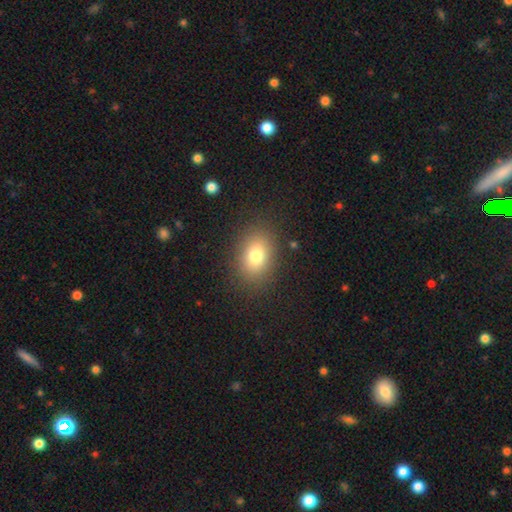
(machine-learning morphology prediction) Smooth or featured?
  - smooth: 78% *
  - star or artifact: 12%
  - featured or disk: 11%
How rounded?
  - in between: 66% *
  - round: 33%
  - cigar-shaped: 1%
Merging?
  - none: 86% *
  - minor disturbance: 9%
  - major disturbance: 4%
  - merger: 1%